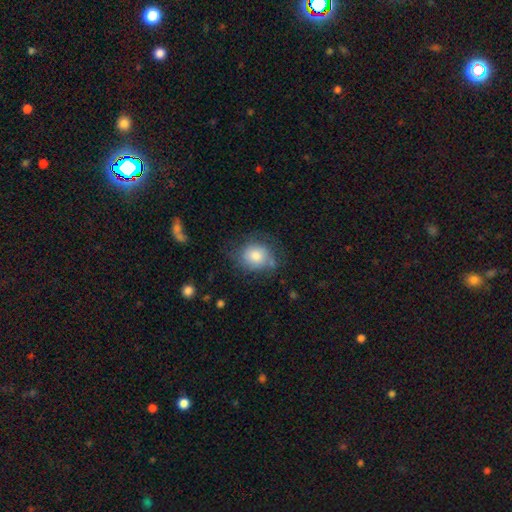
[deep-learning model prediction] Q: Smooth or featured?
A: smooth (72%); runner-up: featured or disk (20%)
Q: How rounded?
A: round (67%); runner-up: in between (32%)
Q: Merging?
A: none (60%); runner-up: minor disturbance (26%)